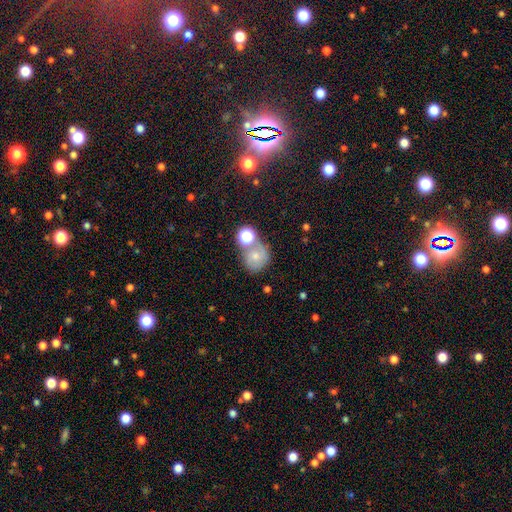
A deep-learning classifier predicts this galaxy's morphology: Q: Smooth or featured?
A: smooth (60%); runner-up: featured or disk (25%)
Q: How rounded?
A: round (76%); runner-up: in between (23%)
Q: Merging?
A: none (45%); runner-up: merger (29%)